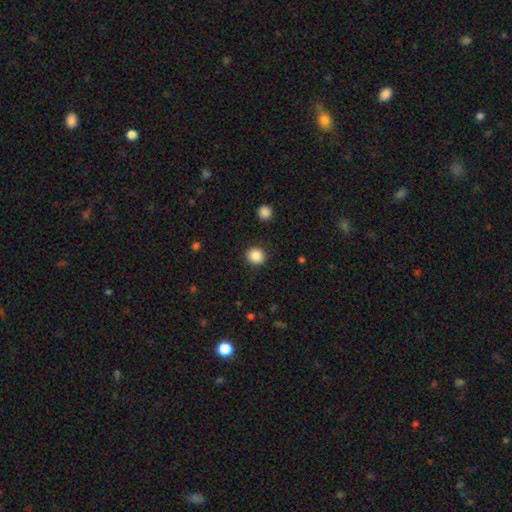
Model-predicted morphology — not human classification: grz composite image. It shows a smooth galaxy with no disk features (87%) that is round (85%). Merging: none (91%).